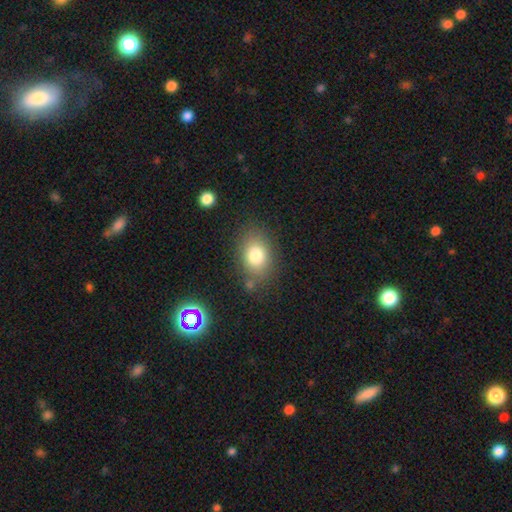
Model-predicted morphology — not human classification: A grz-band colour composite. It shows a smooth galaxy with no disk features (80%) that is in between round and cigar-shaped (70%). Merging: none (77%).